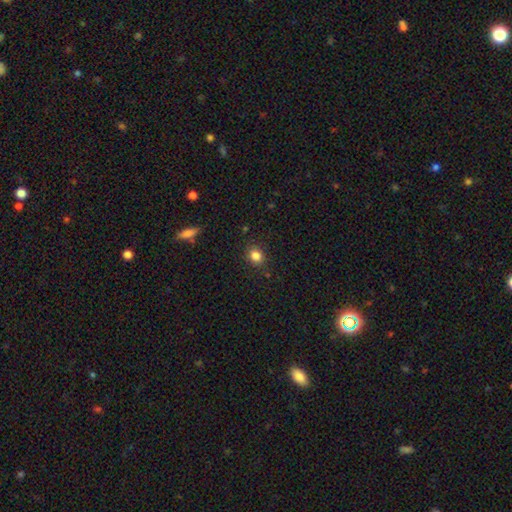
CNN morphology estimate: smooth-or-featured: smooth: 84% | star or artifact: 11% | featured or disk: 5%
  how-rounded: round: 64% | in between: 34% | cigar-shaped: 1%
  merging: none: 86% | minor disturbance: 10% | major disturbance: 3% | merger: 1%